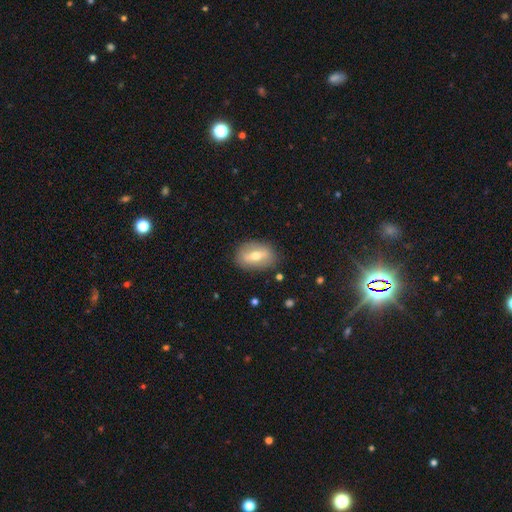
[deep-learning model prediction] smooth-or-featured: smooth: 49% | featured or disk: 44% | star or artifact: 7%
  merging: none: 83% | minor disturbance: 12% | major disturbance: 4% | merger: 1%